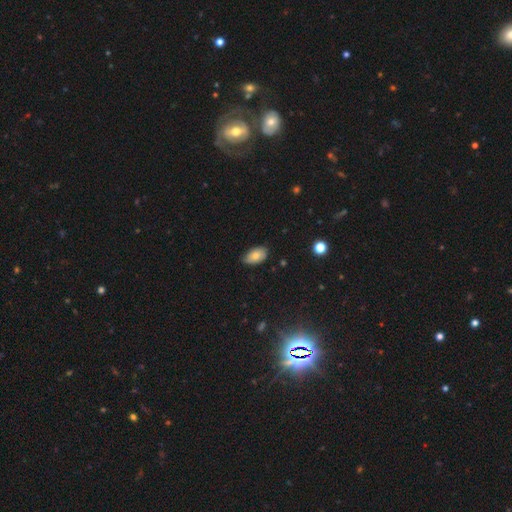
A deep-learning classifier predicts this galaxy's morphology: smooth 74%, featured or disk 17%, star or artifact 9%. Down the decision tree: how rounded — in between (93%); merging — none (74%).